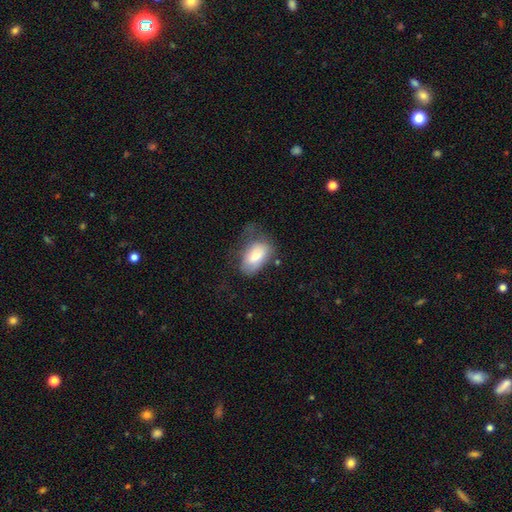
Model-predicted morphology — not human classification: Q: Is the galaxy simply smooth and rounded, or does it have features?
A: smooth — 75%.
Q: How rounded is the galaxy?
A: in between — 92%.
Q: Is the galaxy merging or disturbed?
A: none — 40%.